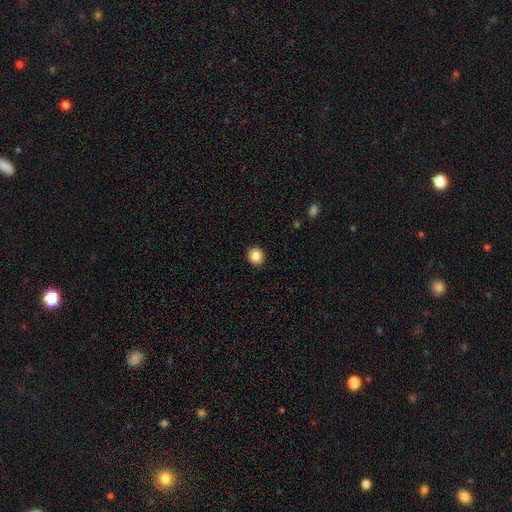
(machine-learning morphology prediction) Q: Smooth or featured?
A: smooth (85%); runner-up: star or artifact (9%)
Q: How rounded?
A: round (86%); runner-up: in between (13%)
Q: Merging?
A: none (92%); runner-up: minor disturbance (5%)